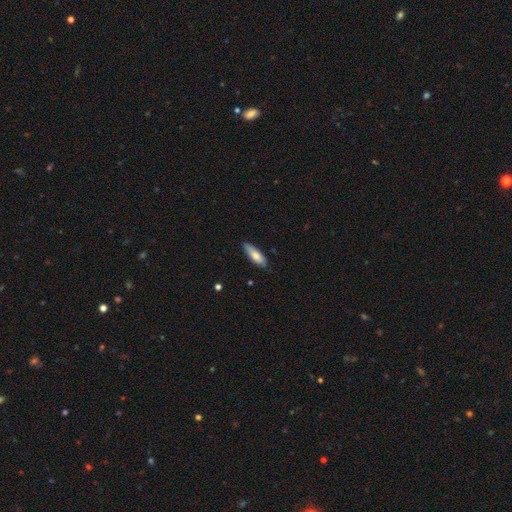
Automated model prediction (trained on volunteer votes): Overall: smooth (72%). How rounded: in between (55%; cigar-shaped 43%). Merging: none (79%).